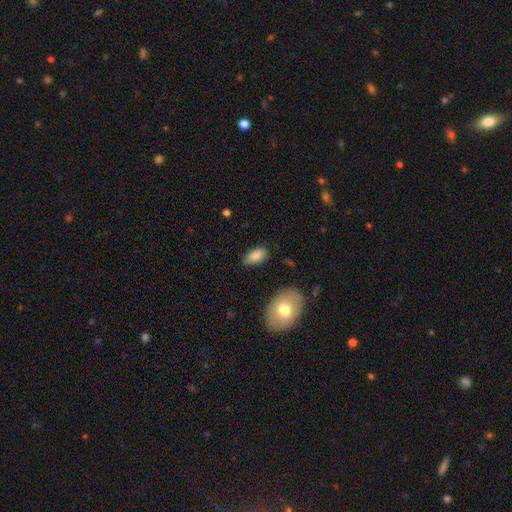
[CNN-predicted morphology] Smooth or featured: smooth — 84% (featured or disk — 9%)
How rounded: in between — 93% (round — 4%)
Merging: none — 74% (minor disturbance — 19%)